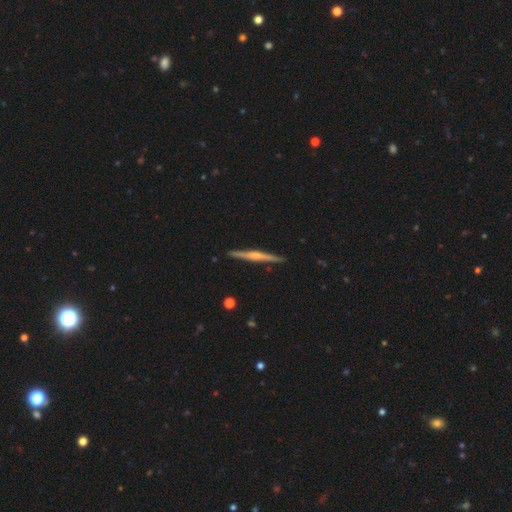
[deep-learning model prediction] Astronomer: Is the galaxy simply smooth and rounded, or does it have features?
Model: featured or disk — 69%.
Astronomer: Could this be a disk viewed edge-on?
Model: yes — 98%.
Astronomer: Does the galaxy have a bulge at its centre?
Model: rounded — 59%.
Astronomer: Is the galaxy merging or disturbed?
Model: none — 91%.